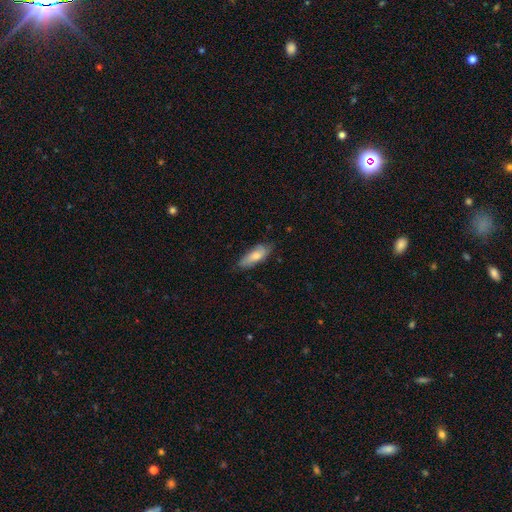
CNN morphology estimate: type=smooth (69%); roundness=in between (66%); merging=none (72%).